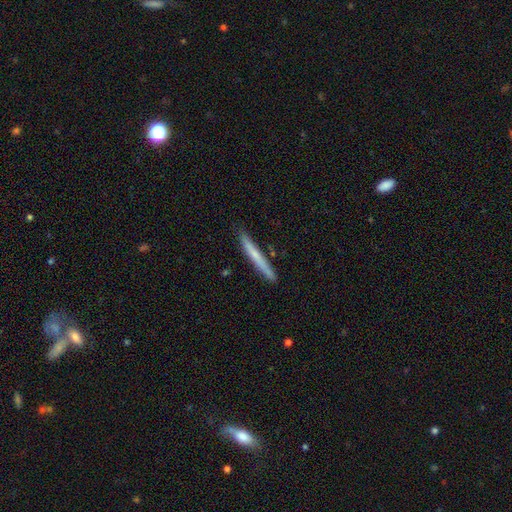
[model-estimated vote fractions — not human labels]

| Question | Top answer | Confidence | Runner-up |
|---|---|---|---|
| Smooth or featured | smooth | 55% | featured or disk (39%) |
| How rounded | cigar-shaped | 97% | in between (2%) |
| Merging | none | 88% | minor disturbance (9%) |